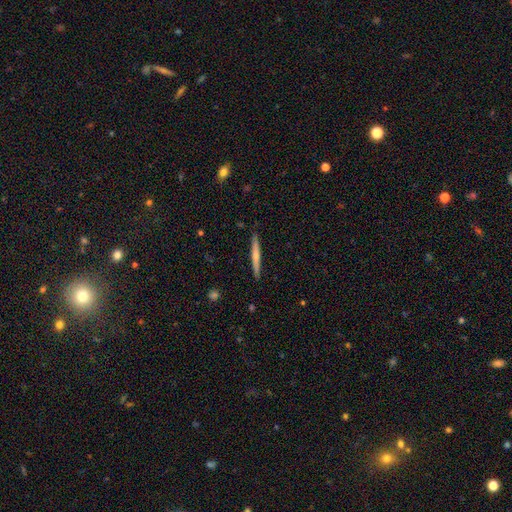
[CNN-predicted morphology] Smooth or featured? Predicted: smooth (p=0.49). Merging? Predicted: none (p=0.90).